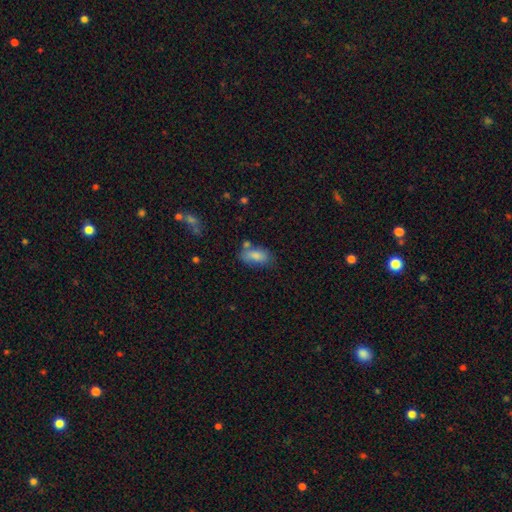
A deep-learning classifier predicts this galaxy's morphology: smooth_or_featured: smooth (p=0.81) [alt: featured or disk p=0.11]
how_rounded: in between (p=0.90) [alt: cigar-shaped p=0.06]
merging: none (p=0.56) [alt: minor disturbance p=0.23]